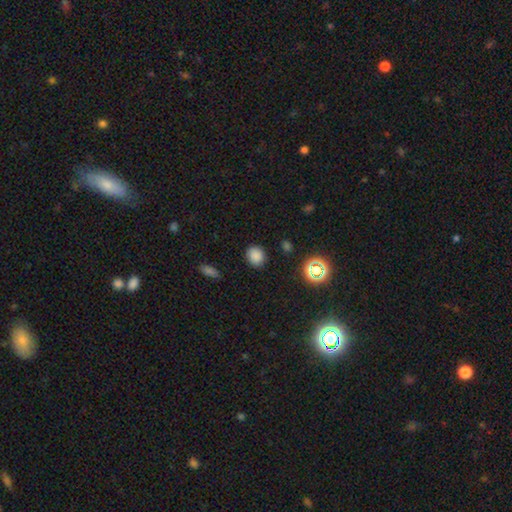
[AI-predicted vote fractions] Q: Smooth or featured?
A: smooth (82%); runner-up: star or artifact (14%)
Q: How rounded?
A: round (68%); runner-up: in between (31%)
Q: Merging?
A: none (85%); runner-up: minor disturbance (10%)